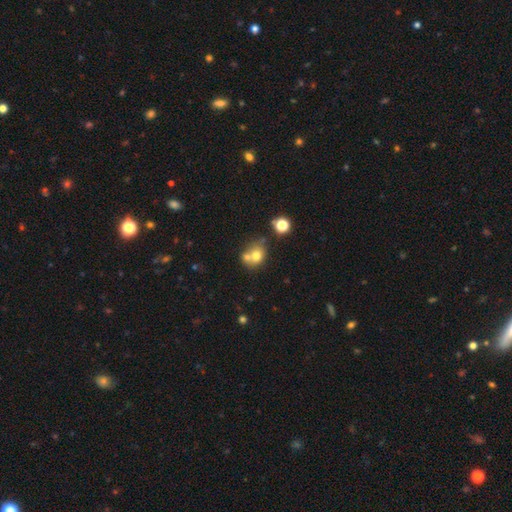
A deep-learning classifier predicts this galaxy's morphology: smooth_or_featured: smooth (p=0.70) [alt: featured or disk p=0.17]
how_rounded: round (p=0.67) [alt: in between p=0.32]
merging: merger (p=0.46) [alt: none p=0.39]